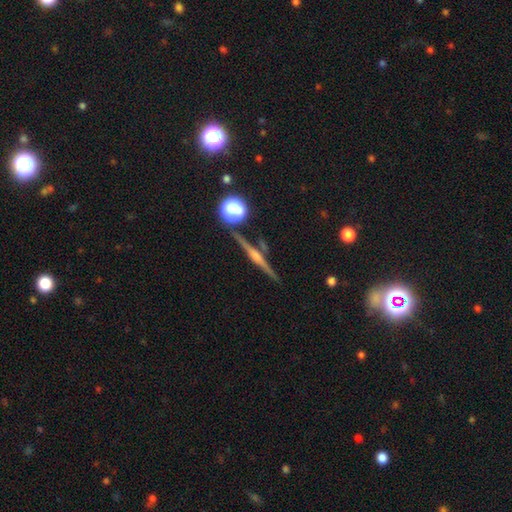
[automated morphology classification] Smooth or featured: featured or disk — 79% (smooth — 11%)
Edge-on disk: yes — 98% (no — 2%)
Edge-on bulge: rounded — 78% (boxy — 12%)
Merging: none — 88% (minor disturbance — 7%)